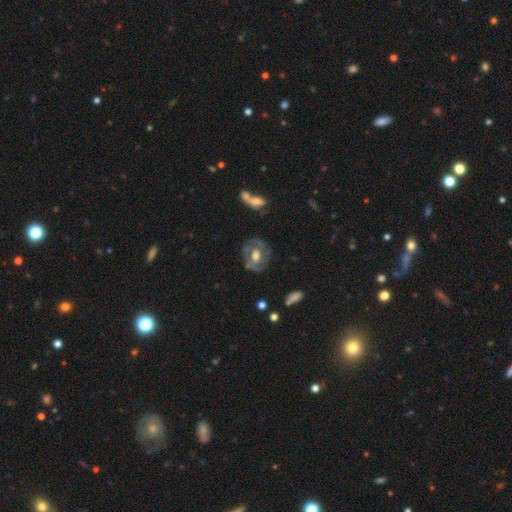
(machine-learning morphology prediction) smooth_or_featured: featured or disk (p=0.66) [alt: smooth p=0.28]
disk_edge_on: no (p=0.95) [alt: yes p=0.05]
bar: no (p=0.57) [alt: weak p=0.32]
has_spiral_arms: yes (p=0.50) [tied with: no p=0.50]
bulge_size: moderate (p=0.61) [alt: large p=0.26]
merging: none (p=0.71) [alt: minor disturbance p=0.18]